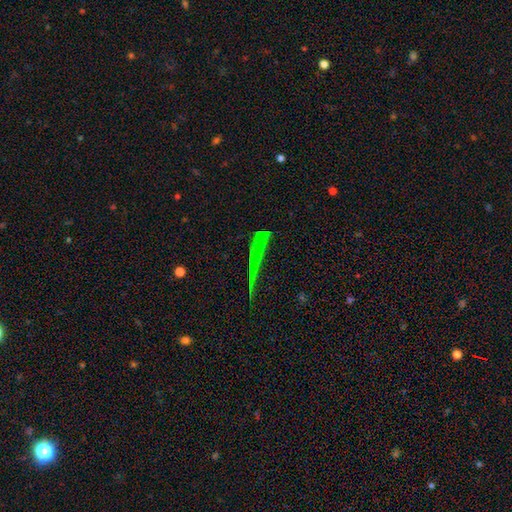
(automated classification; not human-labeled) Q: Smooth or featured?
A: featured or disk (44%); runner-up: smooth (29%)
Q: Merging?
A: none (69%); runner-up: minor disturbance (14%)